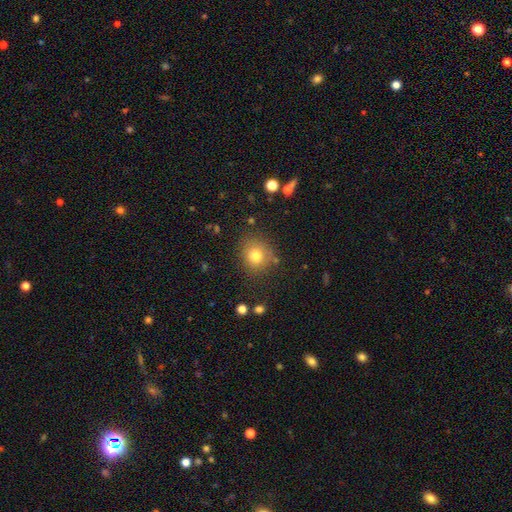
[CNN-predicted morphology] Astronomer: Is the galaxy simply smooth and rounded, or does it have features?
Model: smooth — 77%.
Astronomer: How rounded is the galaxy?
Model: round — 81%.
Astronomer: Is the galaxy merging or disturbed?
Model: none — 81%.